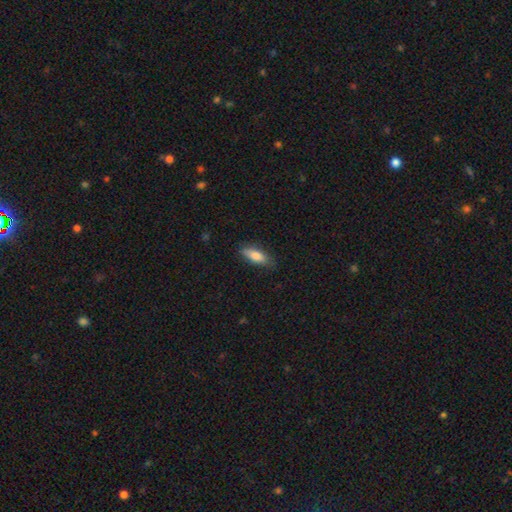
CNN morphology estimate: smooth 80%, featured or disk 13%, star or artifact 6%. Down the decision tree: how rounded — in between (69%); merging — none (79%).